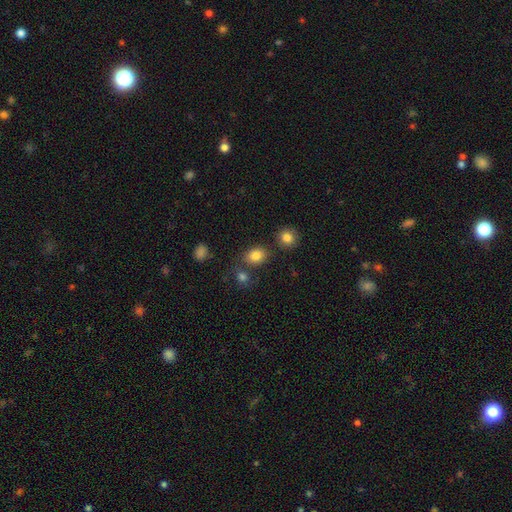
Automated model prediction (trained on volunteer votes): This is clearly a smooth galaxy (83%). How rounded: possibly in between (57%). Merging: likely none (71%).